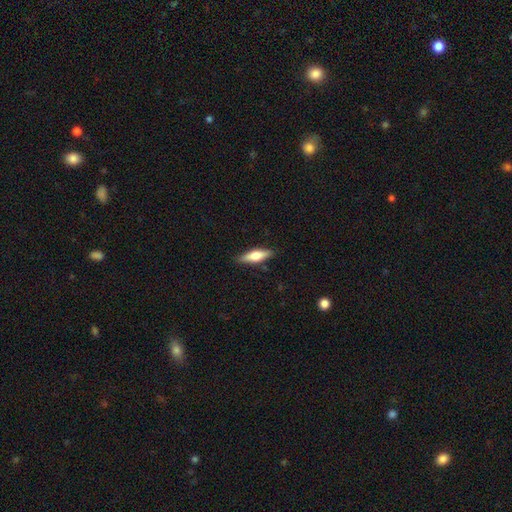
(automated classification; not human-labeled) Morphology: type=smooth (57%); roundness=cigar-shaped (58%); merging=none (87%).